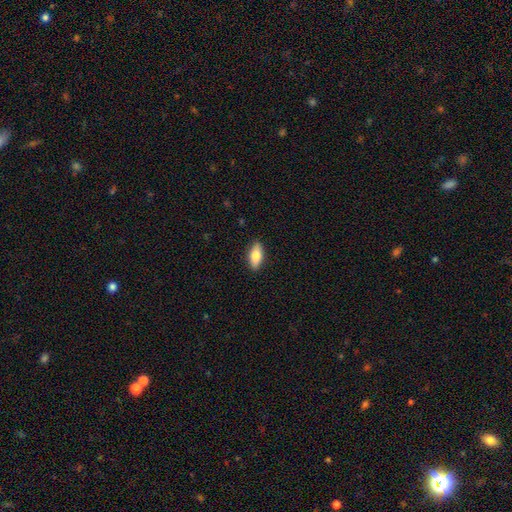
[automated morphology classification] smooth 74%, featured or disk 19%, star or artifact 6%. Down the decision tree: how rounded — in between (82%); merging — none (89%).